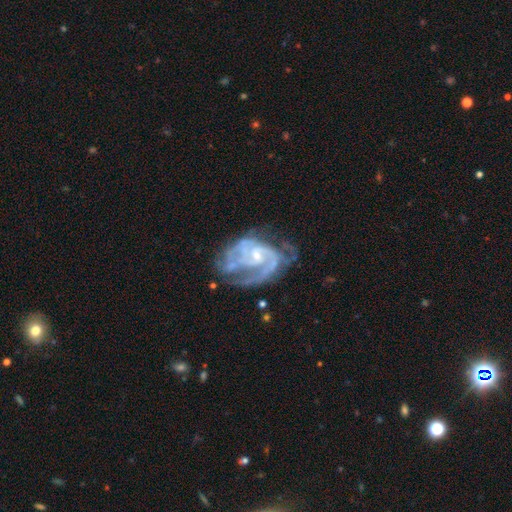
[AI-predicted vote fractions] Q: Smooth or featured?
A: featured or disk (87%); runner-up: smooth (7%)
Q: Edge-on disk?
A: no (98%); runner-up: yes (2%)
Q: Bar?
A: no (52%); runner-up: weak (39%)
Q: Spiral arms?
A: yes (93%); runner-up: no (7%)
Q: Spiral winding?
A: medium (45%); runner-up: tight (41%)
Q: Spiral arm count?
A: 2 (38%); runner-up: can't tell (24%)
Q: Bulge size?
A: small (65%); runner-up: moderate (26%)
Q: Merging?
A: none (45%); runner-up: major disturbance (28%)